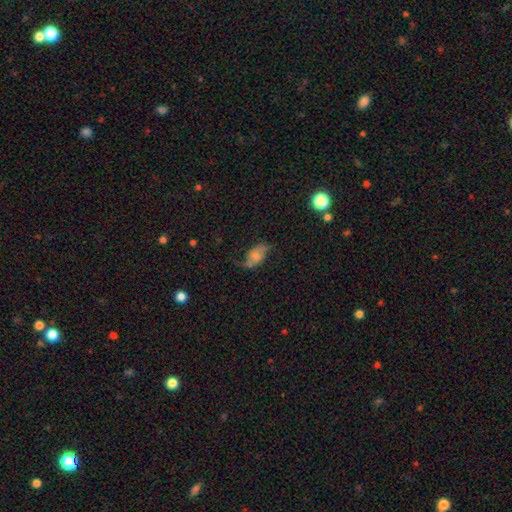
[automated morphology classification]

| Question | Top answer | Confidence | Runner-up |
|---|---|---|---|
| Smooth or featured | featured or disk | 61% | smooth (29%) |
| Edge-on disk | no | 94% | yes (6%) |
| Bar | no | 59% | weak (31%) |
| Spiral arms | yes | 86% | no (14%) |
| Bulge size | small | 39% | moderate (36%) |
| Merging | none | 54% | minor disturbance (24%) |